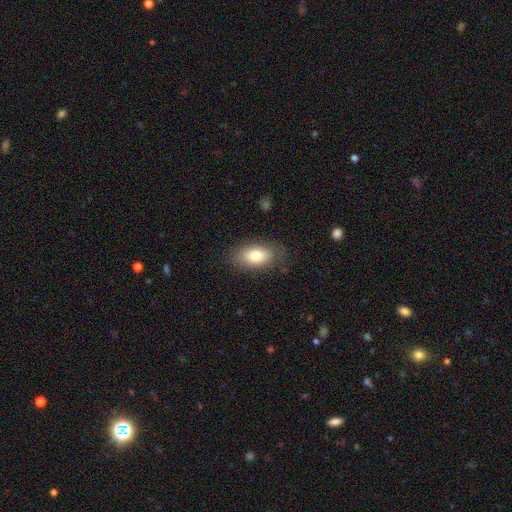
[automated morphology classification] The model was most divided on "smooth or featured": smooth: 78%, featured or disk: 14%, star or artifact: 7%. More confident: how rounded — in between (91%); merging — none (79%).